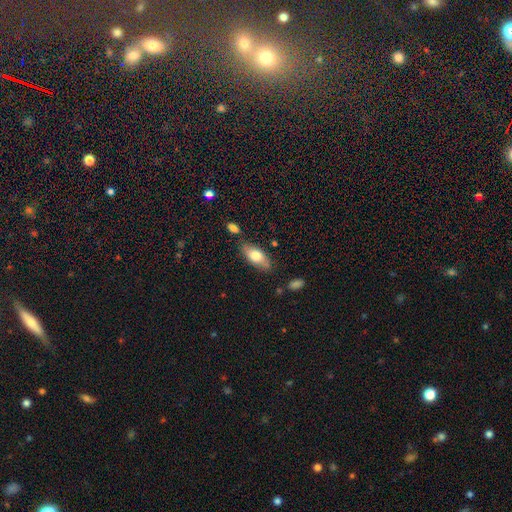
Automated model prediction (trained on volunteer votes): Smooth or featured: smooth — 72% (featured or disk — 21%)
How rounded: in between — 83% (cigar-shaped — 14%)
Merging: none — 75% (minor disturbance — 16%)